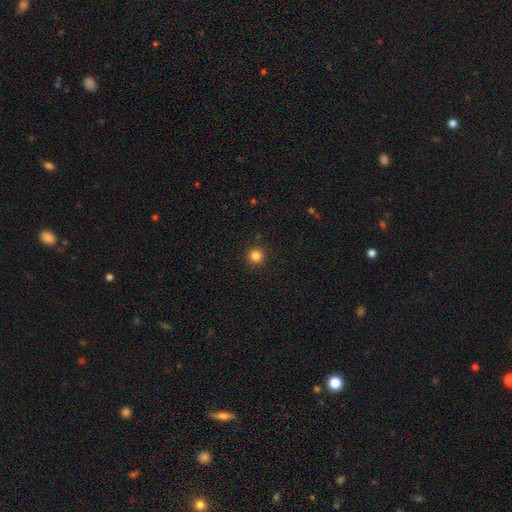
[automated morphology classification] This is clearly a smooth galaxy (84%). How rounded: clearly round (96%). Merging: clearly none (92%).